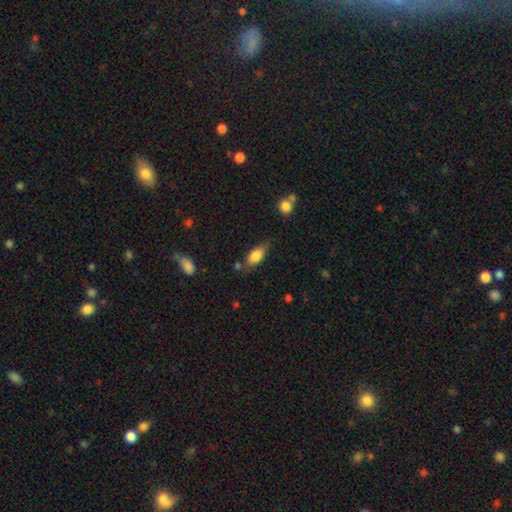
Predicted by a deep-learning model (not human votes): Smooth or featured? smooth (79%)
How rounded? in between (85%)
Merging? none (62%)